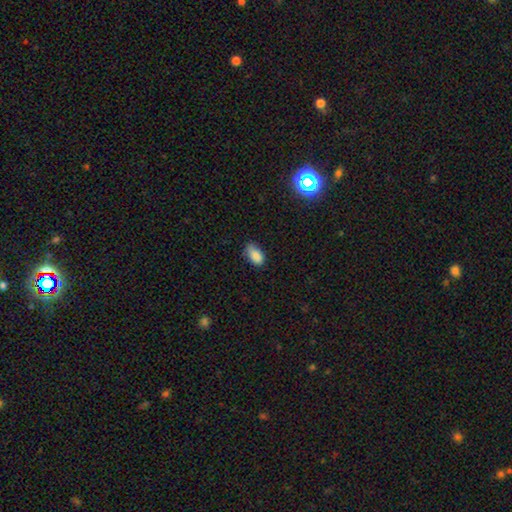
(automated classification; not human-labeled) The model was most divided on "merging": none: 60%, minor disturbance: 32%, major disturbance: 6%, merger: 2%. More confident: how rounded — in between (92%); smooth or featured — smooth (86%).